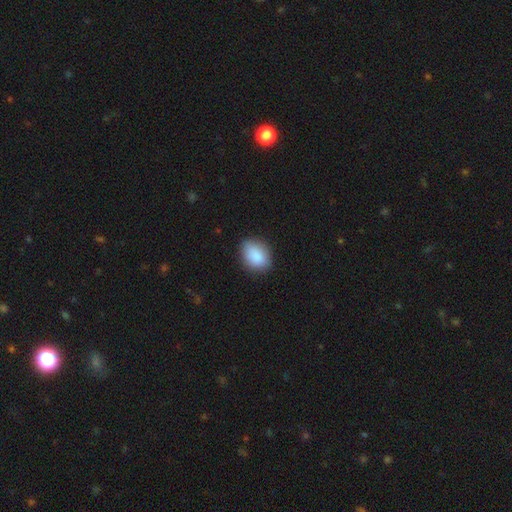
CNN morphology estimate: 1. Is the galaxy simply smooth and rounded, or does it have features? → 89% smooth, 7% star or artifact, 4% featured or disk.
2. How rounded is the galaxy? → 71% in between, 28% round, 1% cigar-shaped.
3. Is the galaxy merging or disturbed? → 81% none, 15% minor disturbance, 3% major disturbance, 1% merger.